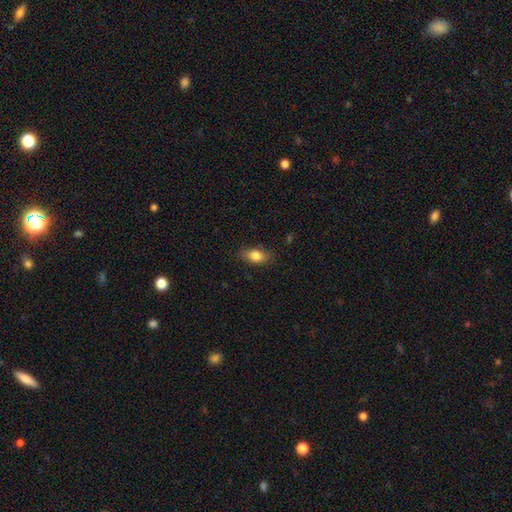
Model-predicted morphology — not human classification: The model was most divided on "merging": none: 81%, minor disturbance: 15%, major disturbance: 3%, merger: 1%. More confident: how rounded — in between (83%); smooth or featured — smooth (82%).